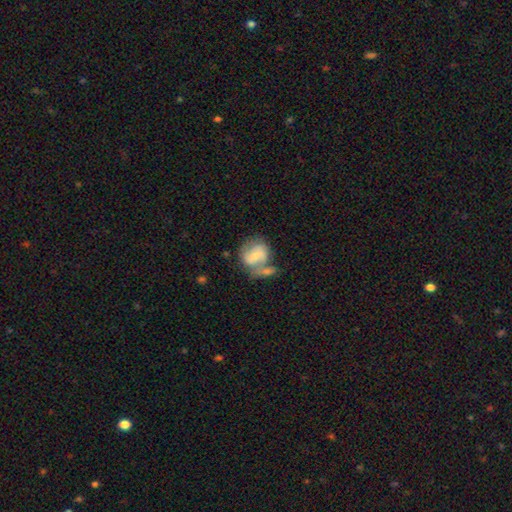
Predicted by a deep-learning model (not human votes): smooth-or-featured: smooth: 48% | featured or disk: 45% | star or artifact: 7%
  merging: merger: 42% | none: 29% | minor disturbance: 17% | major disturbance: 12%